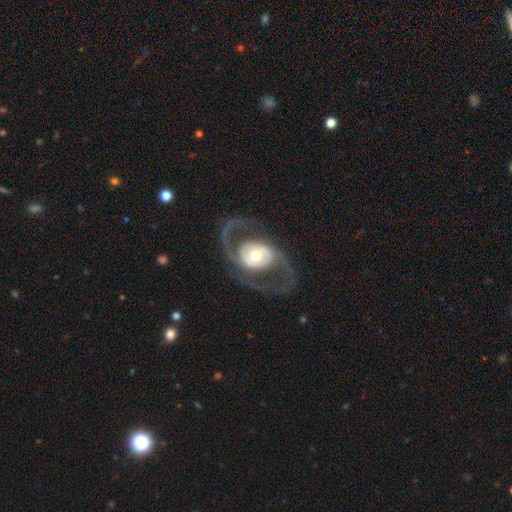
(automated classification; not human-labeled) The model was most divided on "spiral winding": medium: 49%, loose: 36%, tight: 15%. More confident: edge-on disk — no (95%); spiral arm count — 2 (89%); smooth or featured — featured or disk (83%); spiral arms — yes (76%); merging — none (71%); bulge size — moderate (66%); bar — no (64%).